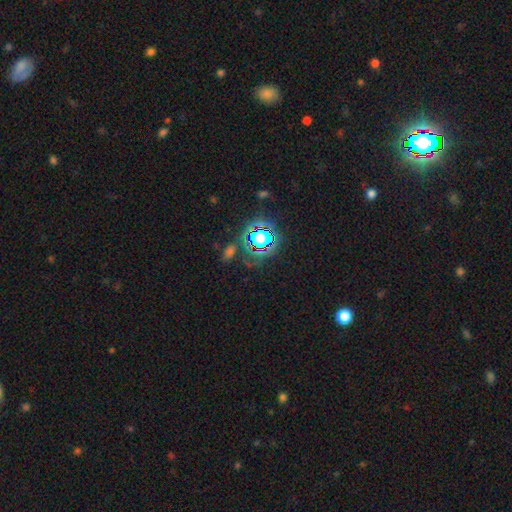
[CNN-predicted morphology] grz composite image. It shows a star or artifact, not a galaxy (80%).